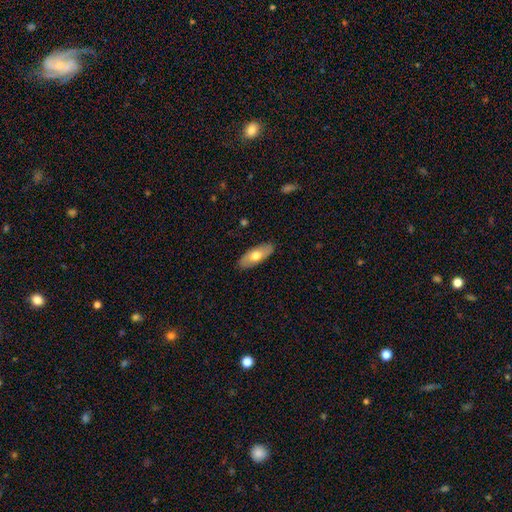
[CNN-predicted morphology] smooth 65%, featured or disk 29%, star or artifact 6%. Down the decision tree: how rounded — in between (82%); merging — none (88%).